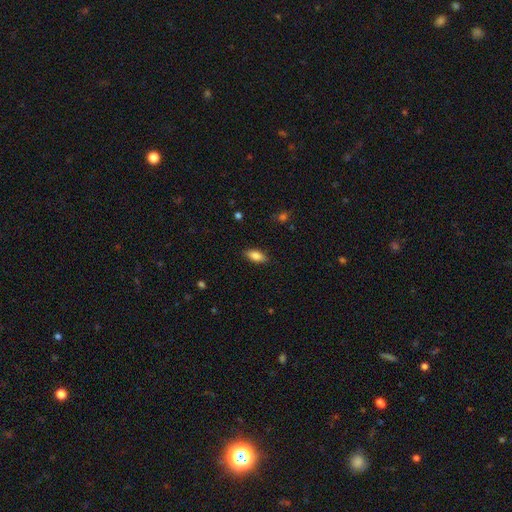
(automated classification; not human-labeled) A smooth galaxy with no disk features (83%) that is in between round and cigar-shaped (83%). Merging: none (87%).